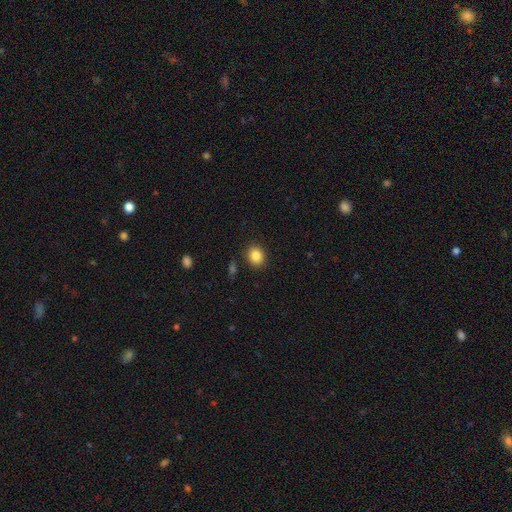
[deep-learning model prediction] Q: Smooth or featured?
A: smooth (85%); runner-up: star or artifact (10%)
Q: How rounded?
A: round (64%); runner-up: in between (35%)
Q: Merging?
A: none (87%); runner-up: minor disturbance (8%)